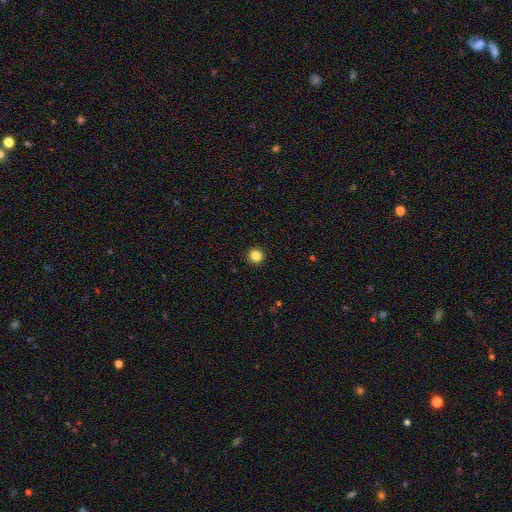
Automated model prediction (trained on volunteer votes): Morphology: type=smooth (85%); roundness=round (94%); merging=none (93%).